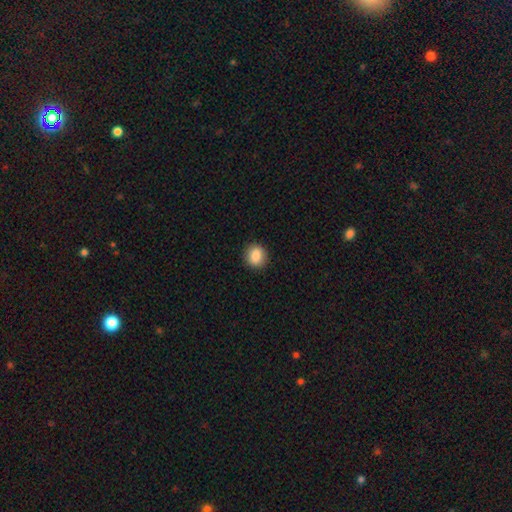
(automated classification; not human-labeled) The model was most divided on "how rounded": round: 72%, in between: 27%, cigar-shaped: 1%. More confident: merging — none (90%); smooth or featured — smooth (87%).